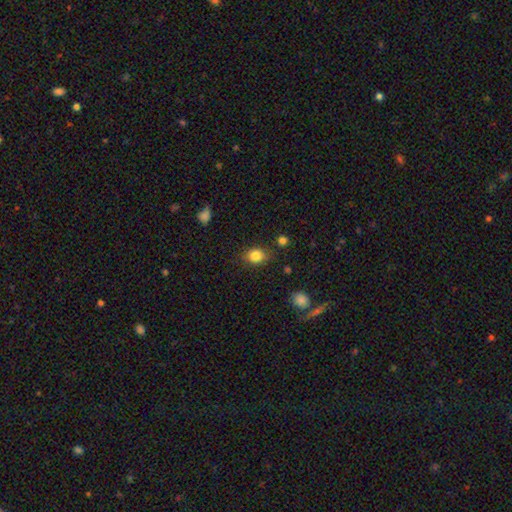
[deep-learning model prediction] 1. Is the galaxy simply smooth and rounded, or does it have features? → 84% smooth, 10% star or artifact, 6% featured or disk.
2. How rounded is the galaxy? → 55% in between, 44% round, 1% cigar-shaped.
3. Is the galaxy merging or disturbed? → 81% none, 14% minor disturbance, 3% major disturbance, 2% merger.